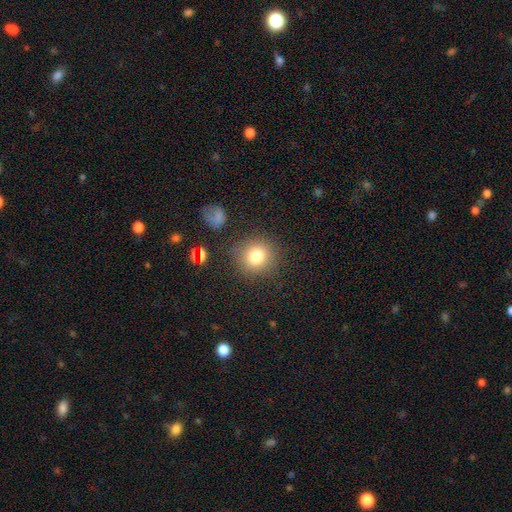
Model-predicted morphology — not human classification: smooth_or_featured: smooth (p=0.80) [alt: star or artifact p=0.12]
how_rounded: round (p=0.89) [alt: in between p=0.10]
merging: none (p=0.82) [alt: minor disturbance p=0.10]